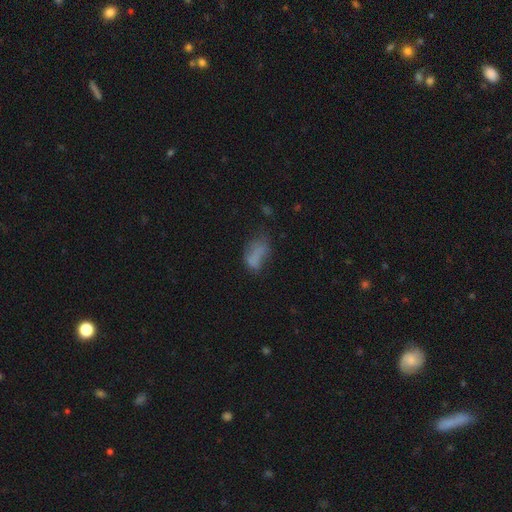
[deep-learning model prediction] This is likely a smooth galaxy (68%). How rounded: clearly in between (87%). Merging: marginally none (33%).